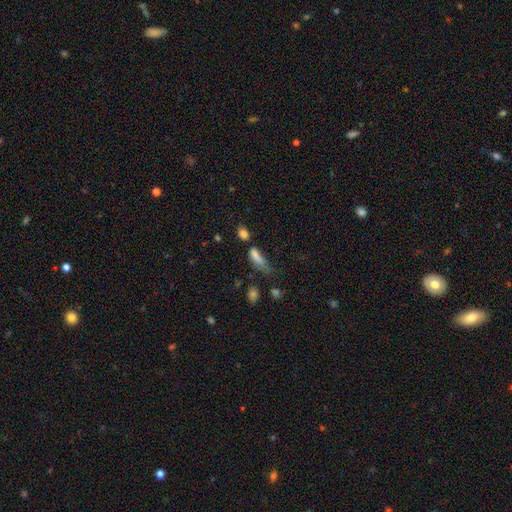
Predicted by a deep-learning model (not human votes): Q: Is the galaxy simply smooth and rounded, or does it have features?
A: smooth — 70%.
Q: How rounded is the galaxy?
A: in between — 53%.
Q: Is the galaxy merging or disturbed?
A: major disturbance — 32%.